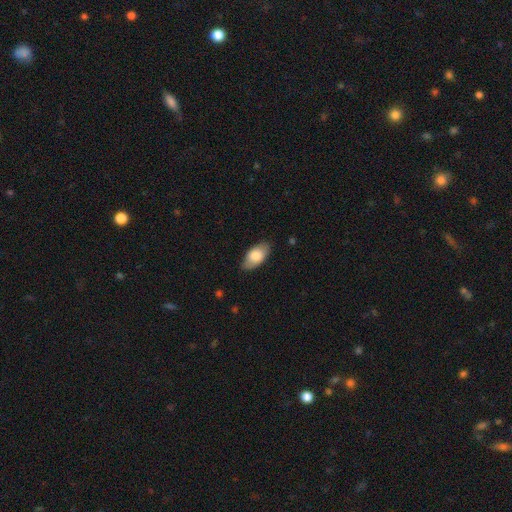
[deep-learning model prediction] Q: Smooth or featured?
A: smooth (80%); runner-up: featured or disk (14%)
Q: How rounded?
A: in between (92%); runner-up: cigar-shaped (4%)
Q: Merging?
A: none (81%); runner-up: minor disturbance (14%)